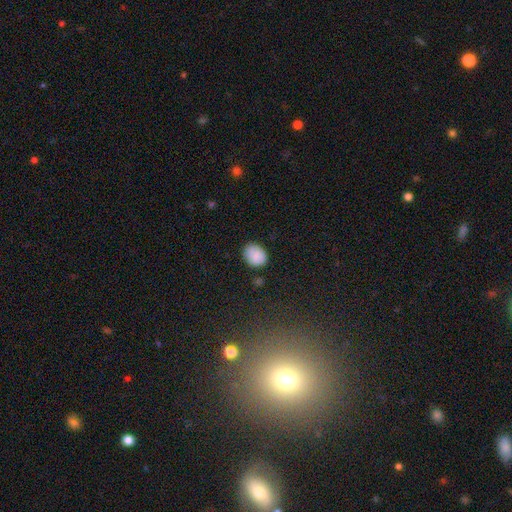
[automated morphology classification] This is clearly a smooth galaxy (87%). How rounded: possibly in between (55%). Merging: likely none (79%).